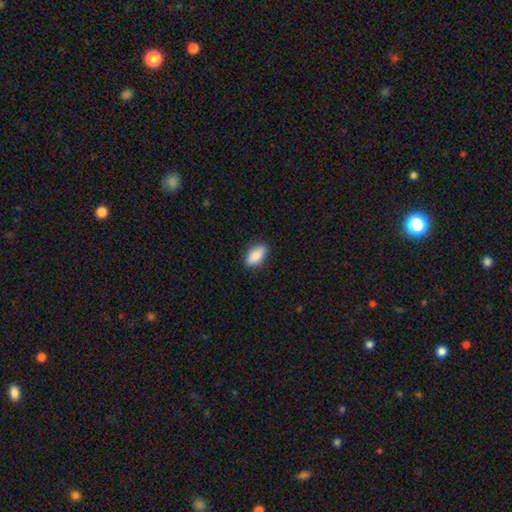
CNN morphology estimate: A smooth galaxy with no disk features (86%) that is in between round and cigar-shaped (86%). Merging: none (88%).